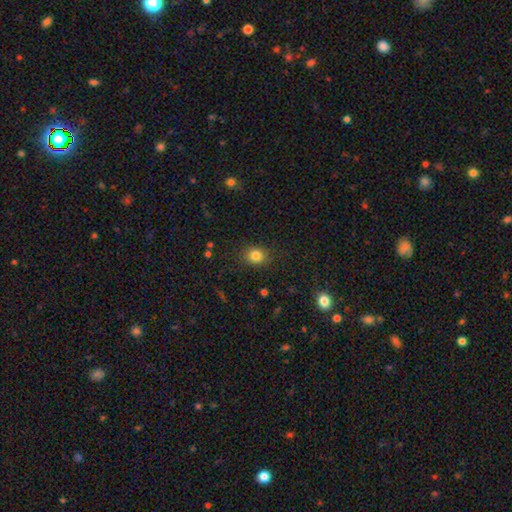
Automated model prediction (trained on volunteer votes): A smooth galaxy with no disk features (82%) that is round (63%). Merging: none (83%).